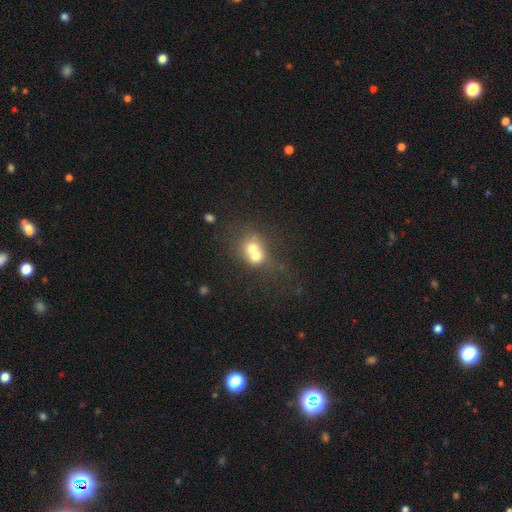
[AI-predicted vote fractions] Smooth or featured? Predicted: smooth (p=0.62). How rounded? Predicted: round (p=0.69). Merging? Predicted: merger (p=0.69).